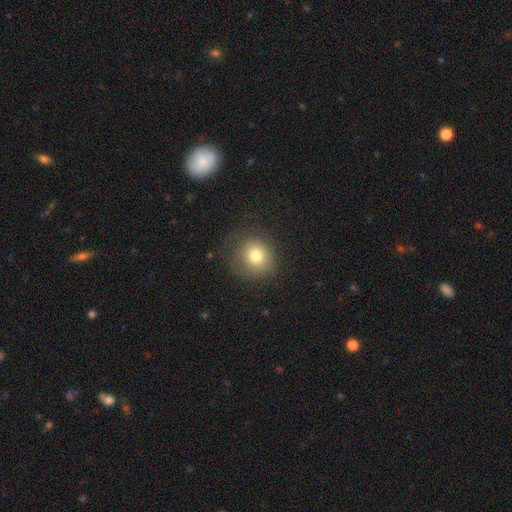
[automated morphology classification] This appears to be a smooth galaxy with no disk features (77%) that is round (87%). Merging: none (74%).